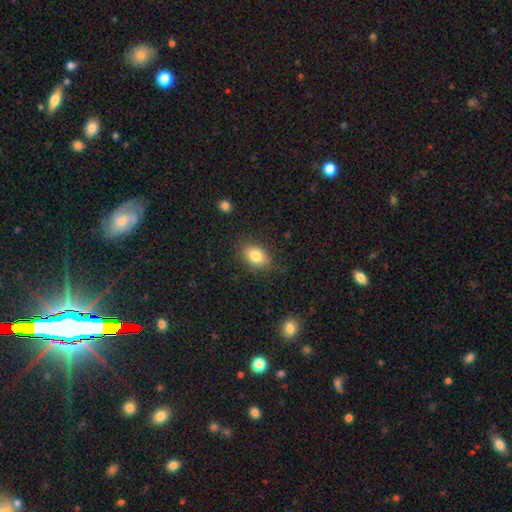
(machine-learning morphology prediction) A smooth galaxy with no disk features (83%) that is in between round and cigar-shaped (84%). Merging: none (82%).